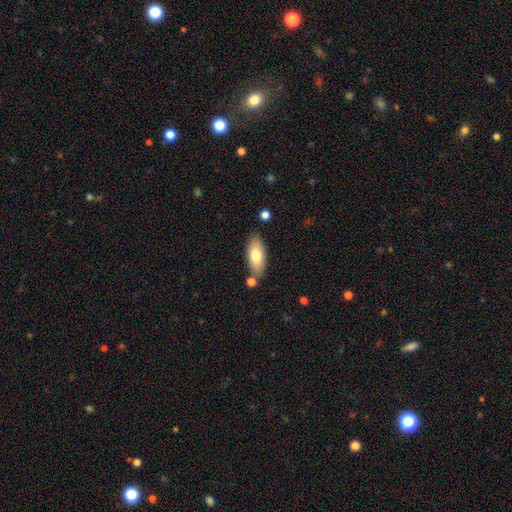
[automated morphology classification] A smooth galaxy with no disk features (76%) that is in between round and cigar-shaped (84%). Merging: none (80%).